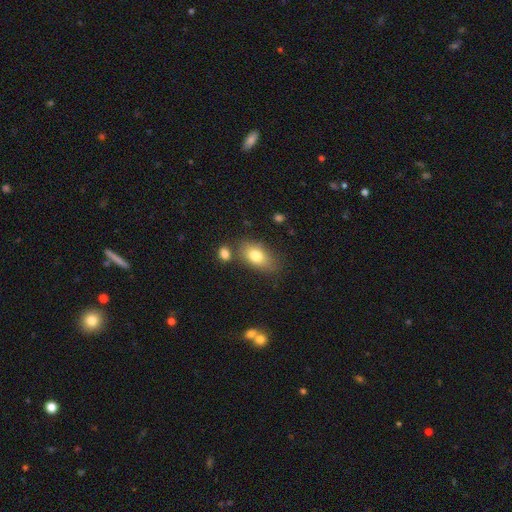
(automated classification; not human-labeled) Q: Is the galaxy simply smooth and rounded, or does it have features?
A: smooth — 78%.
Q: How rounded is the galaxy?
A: in between — 88%.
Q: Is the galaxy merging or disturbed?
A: none — 67%.